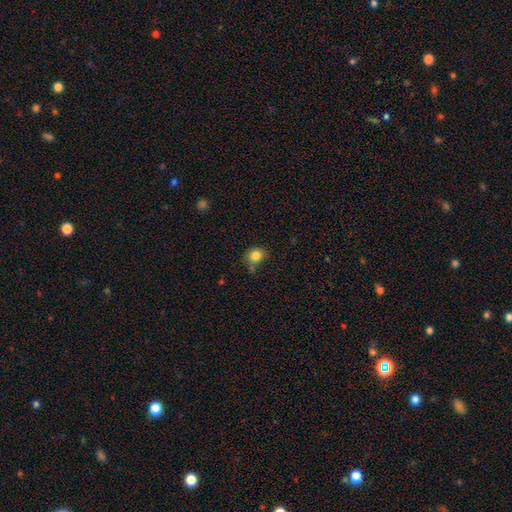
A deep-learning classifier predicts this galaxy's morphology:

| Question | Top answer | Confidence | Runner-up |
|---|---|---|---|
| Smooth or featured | smooth | 83% | star or artifact (11%) |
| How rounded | round | 71% | in between (28%) |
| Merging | none | 65% | minor disturbance (22%) |